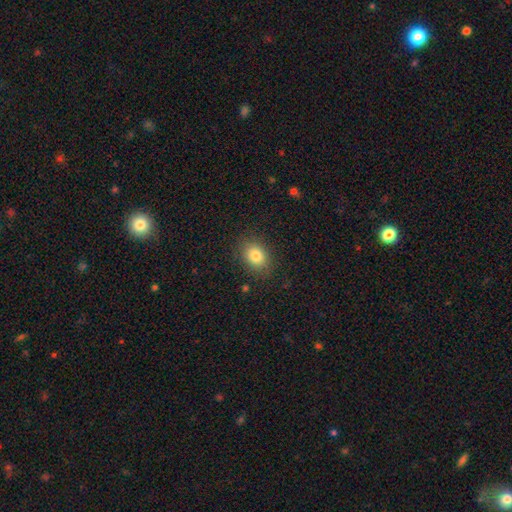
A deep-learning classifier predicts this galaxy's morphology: This is clearly a smooth galaxy (82%). How rounded: likely in between (63%). Merging: clearly none (85%).